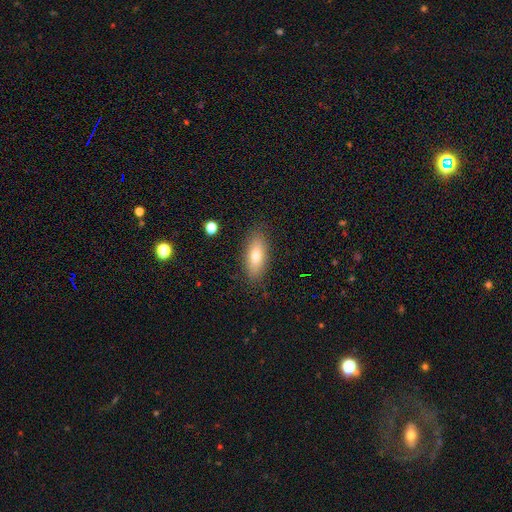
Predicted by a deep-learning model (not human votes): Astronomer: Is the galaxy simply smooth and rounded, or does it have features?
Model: smooth — 76%.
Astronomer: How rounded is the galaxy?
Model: in between — 77%.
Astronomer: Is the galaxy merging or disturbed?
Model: none — 86%.